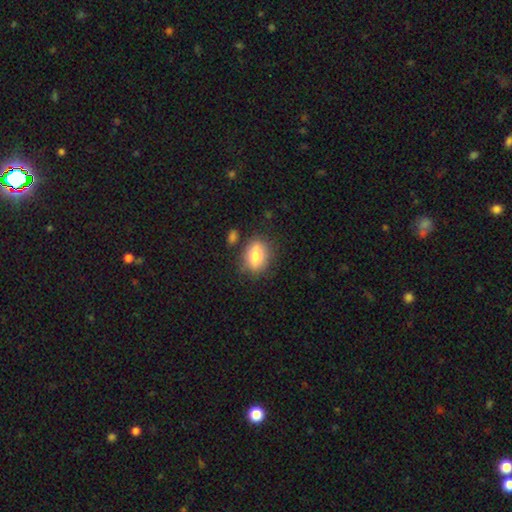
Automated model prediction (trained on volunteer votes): Overall: smooth (73%). How rounded: in between (73%). Merging: none (78%).